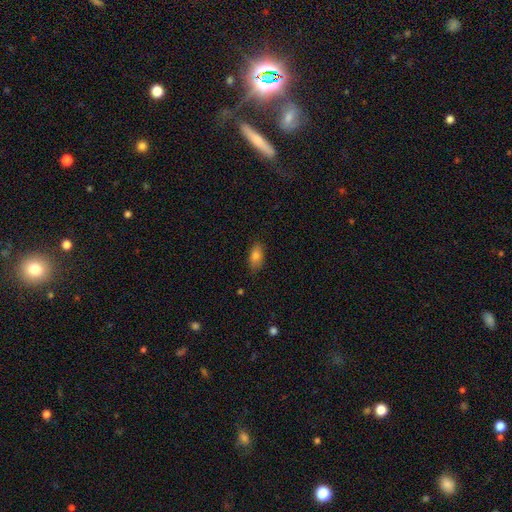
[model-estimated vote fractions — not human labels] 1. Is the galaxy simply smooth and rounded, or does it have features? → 82% smooth, 10% featured or disk, 8% star or artifact.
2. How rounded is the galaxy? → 89% in between, 6% cigar-shaped, 5% round.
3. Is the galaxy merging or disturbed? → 83% none, 13% minor disturbance, 3% major disturbance, 1% merger.